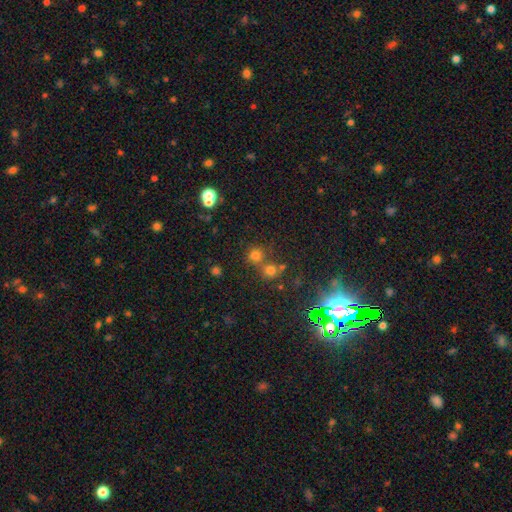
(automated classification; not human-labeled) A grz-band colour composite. It shows a smooth galaxy with no disk features (54%) that is round (90%). Merging: none (63%).